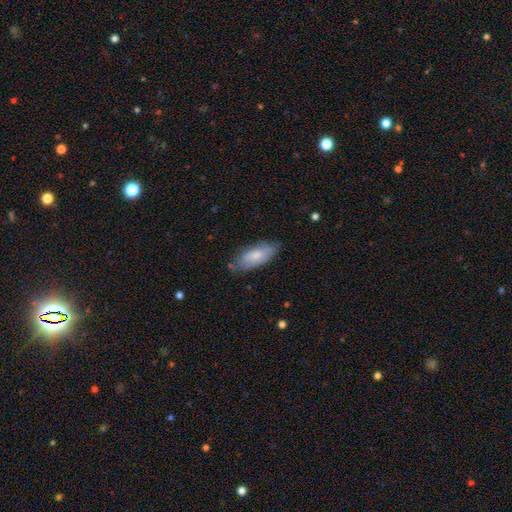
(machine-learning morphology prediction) Smooth or featured? smooth (68%)
How rounded? in between (82%)
Merging? none (68%)